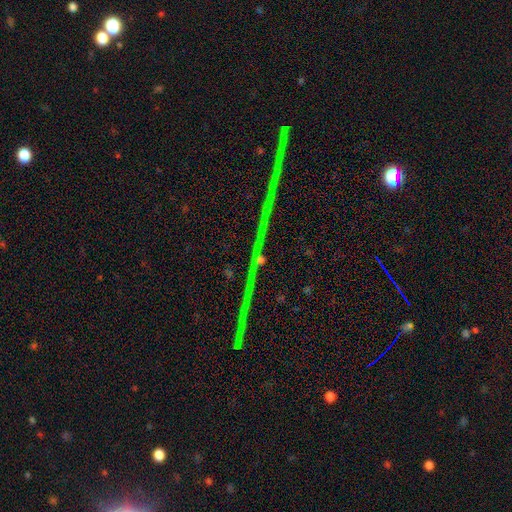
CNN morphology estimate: Smooth or featured? Predicted: star or artifact (p=0.77).